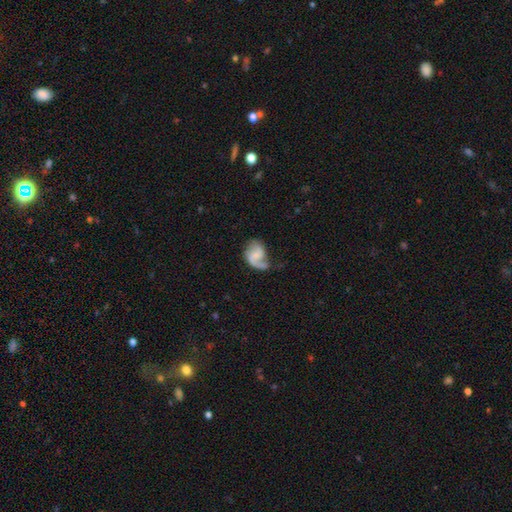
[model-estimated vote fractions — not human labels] smooth_or_featured: featured or disk (p=0.76) [alt: smooth p=0.17]
disk_edge_on: no (p=0.98) [alt: yes p=0.02]
bar: no (p=0.45) [alt: weak p=0.43]
has_spiral_arms: yes (p=0.94) [alt: no p=0.06]
spiral_winding: loose (p=0.44) [alt: medium p=0.42]
spiral_arm_count: 2 (p=0.64) [alt: 1 p=0.30]
bulge_size: none (p=0.44) [alt: small p=0.34]
merging: none (p=0.48) [alt: minor disturbance p=0.26]